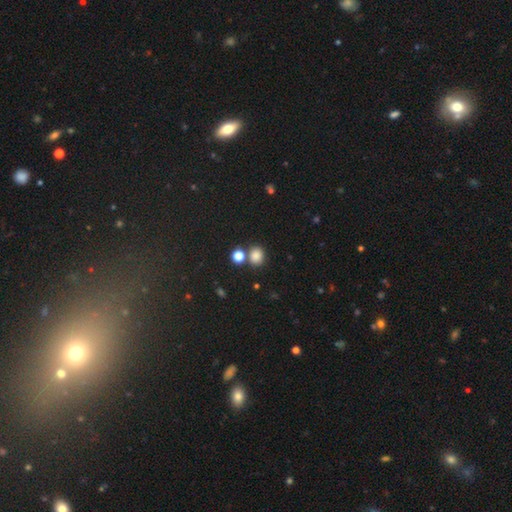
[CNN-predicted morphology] smooth 82%, star or artifact 13%, featured or disk 5%. Down the decision tree: how rounded — round (73%); merging — none (70%).